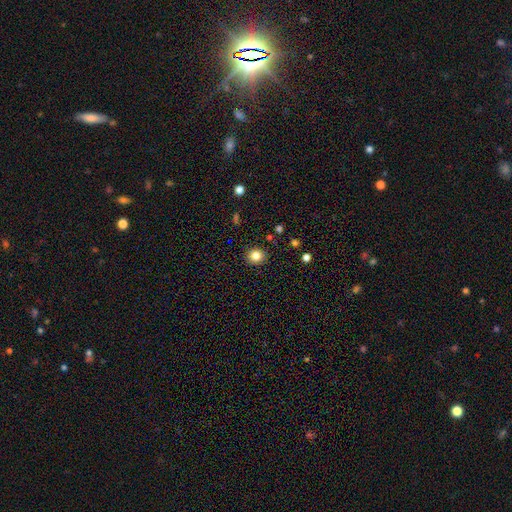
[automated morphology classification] Smooth or featured: smooth — 82% (star or artifact — 11%)
How rounded: round — 79% (in between — 20%)
Merging: none — 90% (minor disturbance — 7%)